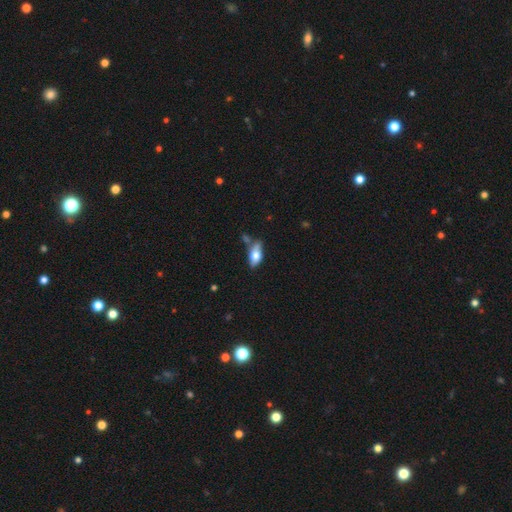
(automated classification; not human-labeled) Smooth or featured? Predicted: smooth (p=0.58). How rounded? Predicted: in between (p=0.81). Merging? Predicted: none (p=0.52).